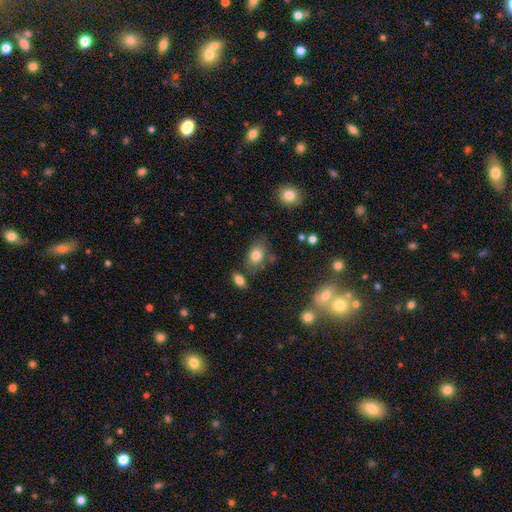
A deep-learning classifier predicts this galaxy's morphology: Q: Smooth or featured?
A: smooth (80%); runner-up: featured or disk (10%)
Q: How rounded?
A: in between (81%); runner-up: round (17%)
Q: Merging?
A: none (66%); runner-up: minor disturbance (20%)